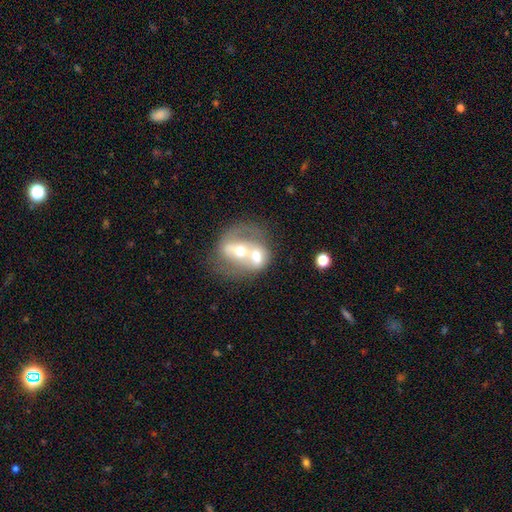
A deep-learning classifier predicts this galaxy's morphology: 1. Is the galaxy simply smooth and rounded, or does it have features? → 52% featured or disk, 40% smooth, 8% star or artifact.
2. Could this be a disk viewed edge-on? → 95% no, 5% yes.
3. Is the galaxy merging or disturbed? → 67% merger, 19% none, 8% minor disturbance, 6% major disturbance.